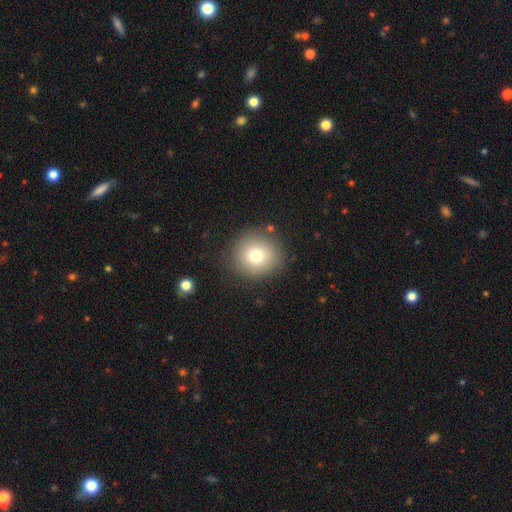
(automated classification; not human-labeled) Morphology: type=smooth (75%); roundness=round (90%); merging=none (86%).